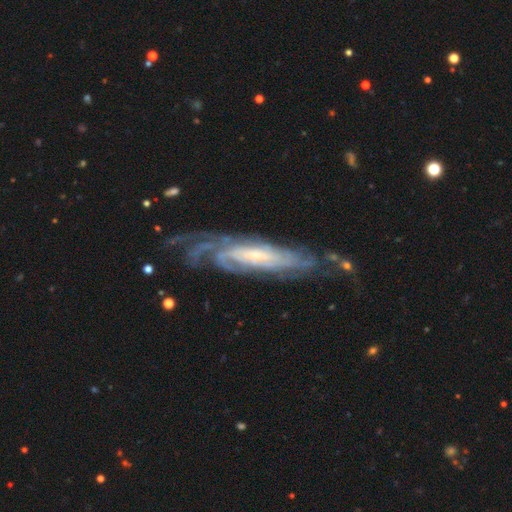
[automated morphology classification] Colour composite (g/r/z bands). It shows a featured or disk galaxy (87%) with no bar (53%), tight (68%) spiral arms (97%) and a small central bulge (63%). Merging: none (68%).